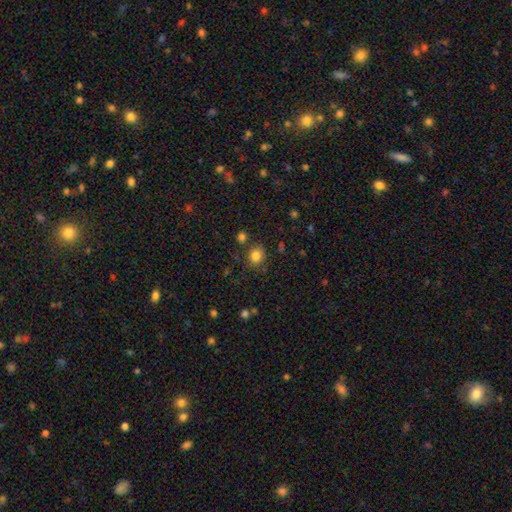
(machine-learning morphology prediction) Smooth or featured? smooth (82%)
How rounded? round (77%)
Merging? none (77%)